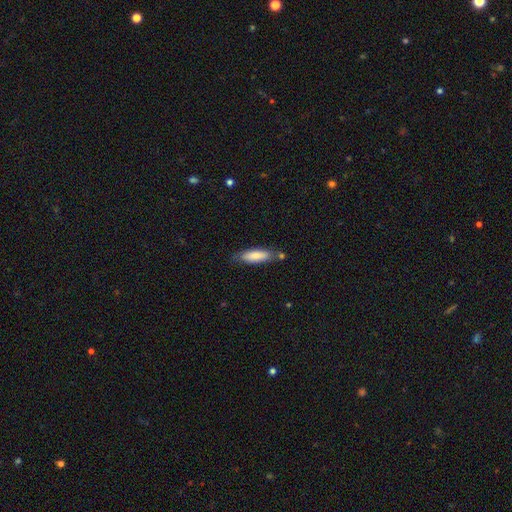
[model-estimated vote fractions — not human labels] smooth_or_featured: smooth (p=0.81) [alt: featured or disk p=0.13]
how_rounded: cigar-shaped (p=0.55) [alt: in between p=0.44]
merging: none (p=0.71) [alt: minor disturbance p=0.18]